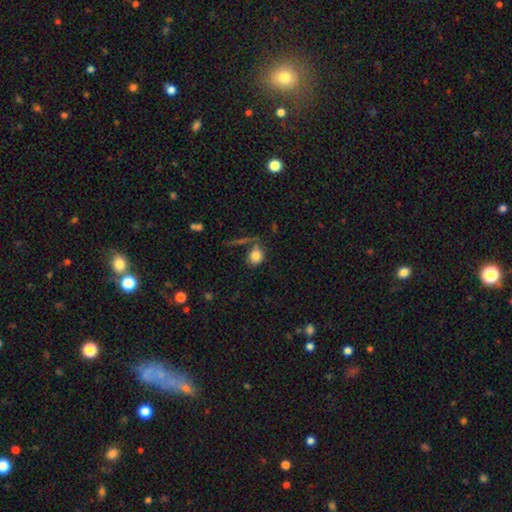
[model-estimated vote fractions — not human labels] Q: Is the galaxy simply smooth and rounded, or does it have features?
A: smooth — 81%.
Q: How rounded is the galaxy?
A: round — 54%.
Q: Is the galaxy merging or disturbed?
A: none — 54%.